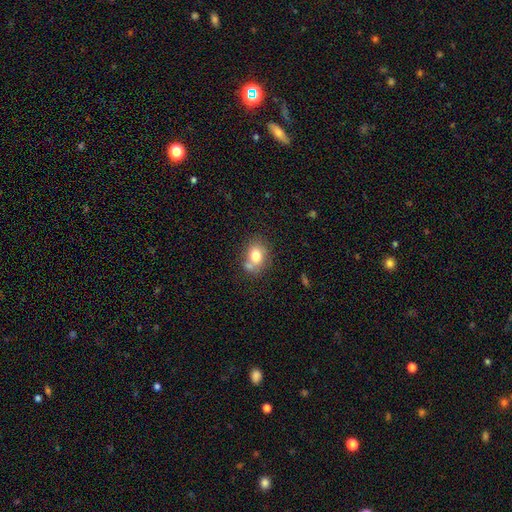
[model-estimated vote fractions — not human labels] A smooth galaxy with no disk features (75%) that is in between round and cigar-shaped (56%).

Vote fractions:
- Smooth or featured? smooth: 75% / featured or disk: 15% / star or artifact: 10%
- How rounded? in between: 56% / round: 43% / cigar-shaped: 1%
- Merging? none: 54% / merger: 22% / minor disturbance: 18% / major disturbance: 6%